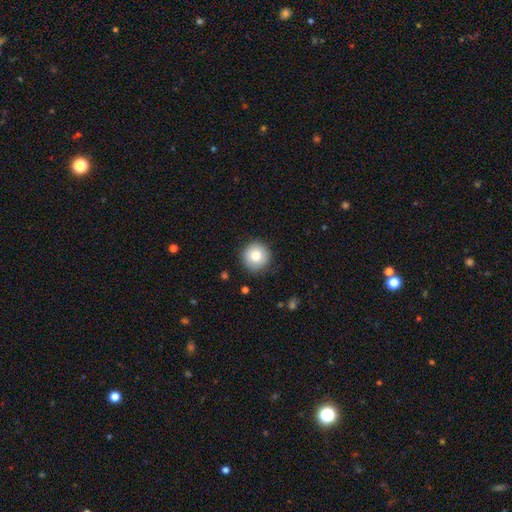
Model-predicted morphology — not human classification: A smooth galaxy with no disk features (83%) that is round (94%). Merging: none (88%).